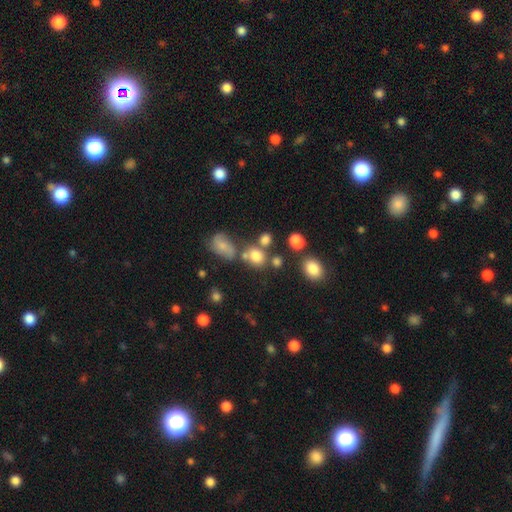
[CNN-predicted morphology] Smooth or featured?
  - smooth: 76% *
  - star or artifact: 14%
  - featured or disk: 10%
How rounded?
  - round: 62% *
  - in between: 36%
  - cigar-shaped: 2%
Merging?
  - none: 51% *
  - merger: 28%
  - minor disturbance: 14%
  - major disturbance: 7%